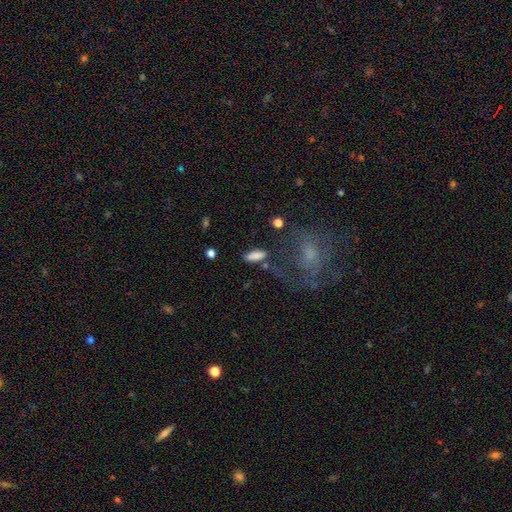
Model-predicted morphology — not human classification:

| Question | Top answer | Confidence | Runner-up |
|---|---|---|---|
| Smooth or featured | smooth | 83% | featured or disk (9%) |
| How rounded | in between | 57% | cigar-shaped (39%) |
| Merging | none | 73% | minor disturbance (15%) |